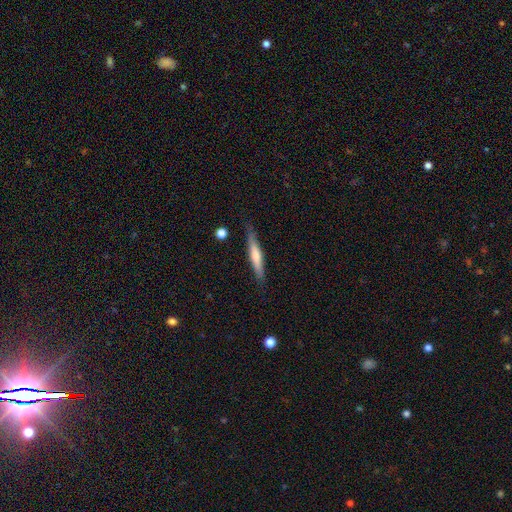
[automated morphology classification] Smooth or featured?
  - smooth: 53% *
  - featured or disk: 41%
  - star or artifact: 6%
How rounded?
  - cigar-shaped: 91% *
  - in between: 7%
  - round: 1%
Merging?
  - none: 82% *
  - minor disturbance: 14%
  - major disturbance: 3%
  - merger: 2%